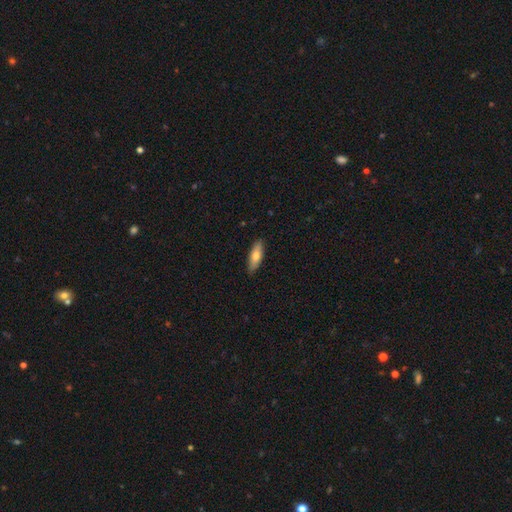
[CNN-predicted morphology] The model was most divided on "how rounded": in between: 54%, cigar-shaped: 44%, round: 2%. More confident: merging — none (88%); smooth or featured — smooth (71%).